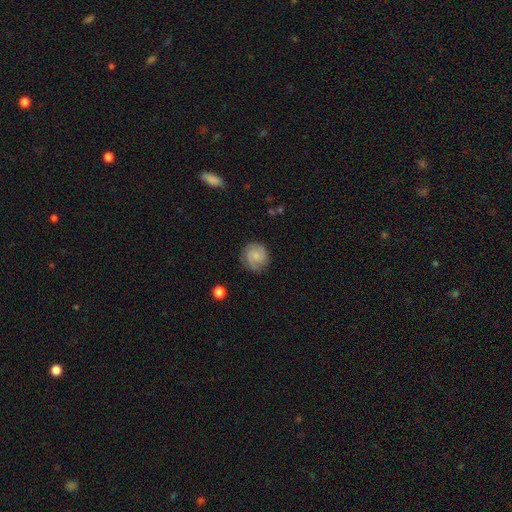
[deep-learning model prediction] Smooth or featured? featured or disk (59%)
Edge-on disk? no (98%)
Bar? no (64%)
Spiral arms? yes (93%)
Spiral winding? tight (57%)
Spiral arm count? 2 (57%)
Bulge size? small (56%)
Merging? none (78%)